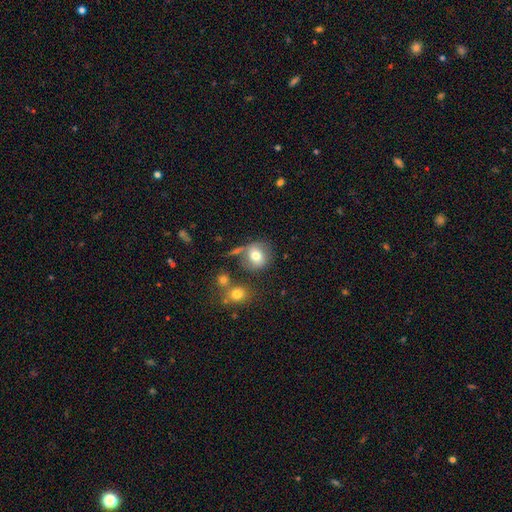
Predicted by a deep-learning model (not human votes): Smooth or featured: smooth — 74% (featured or disk — 16%)
How rounded: round — 80% (in between — 19%)
Merging: none — 64% (minor disturbance — 17%)